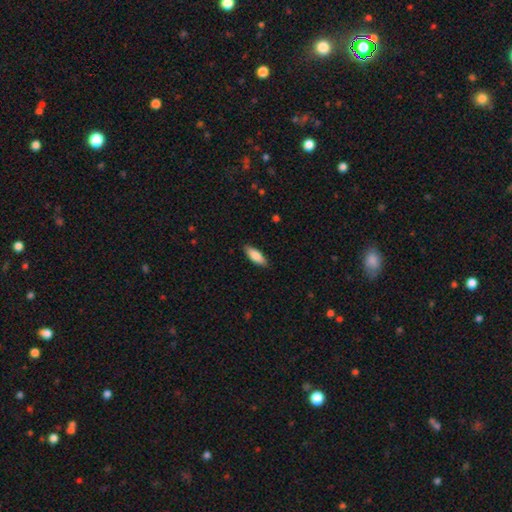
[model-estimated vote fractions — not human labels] This appears to be a smooth galaxy with no disk features (84%) that is in between round and cigar-shaped (69%). Merging: none (87%).